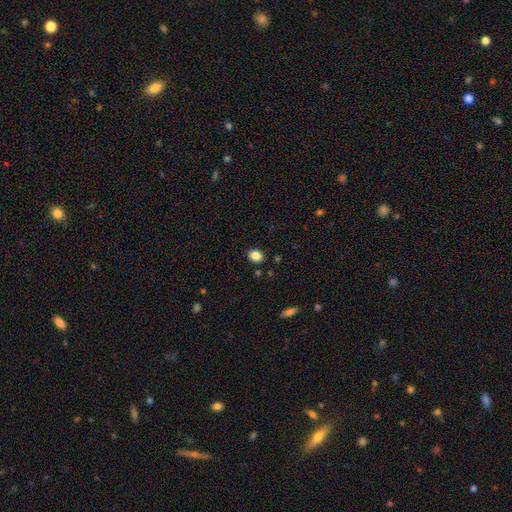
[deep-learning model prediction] smooth-or-featured: smooth: 86% | star or artifact: 10% | featured or disk: 4%
  how-rounded: in between: 51% | round: 48% | cigar-shaped: 1%
  merging: none: 88% | minor disturbance: 8% | major disturbance: 2% | merger: 2%